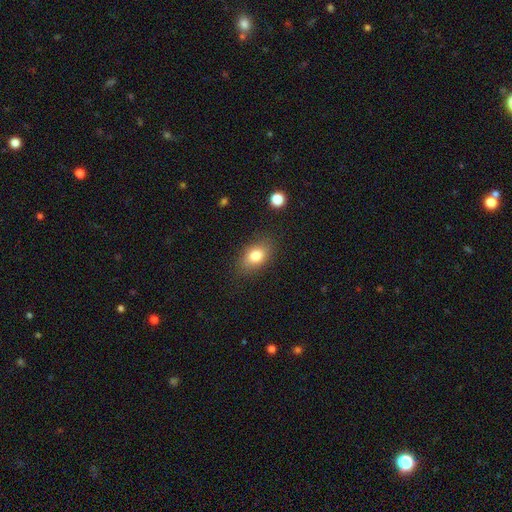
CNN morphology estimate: A smooth galaxy with no disk features (80%) that is in between round and cigar-shaped (82%).

Vote fractions:
- Smooth or featured? smooth: 80% / featured or disk: 11% / star or artifact: 9%
- How rounded? in between: 82% / round: 16% / cigar-shaped: 2%
- Merging? none: 81% / minor disturbance: 13% / major disturbance: 4% / merger: 1%